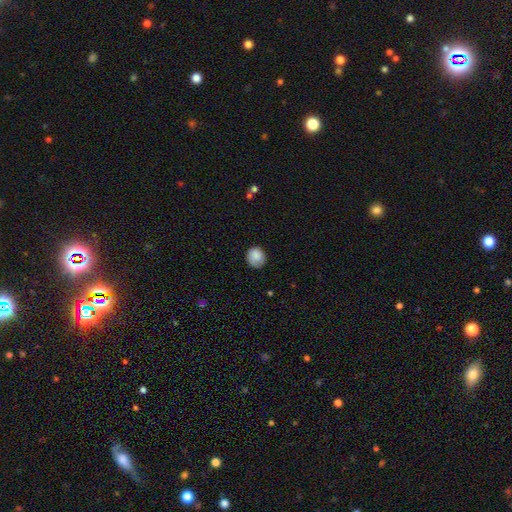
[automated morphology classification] smooth_or_featured: smooth (p=0.86) [alt: star or artifact p=0.08]
how_rounded: round (p=0.80) [alt: in between p=0.20]
merging: none (p=0.77) [alt: minor disturbance p=0.18]